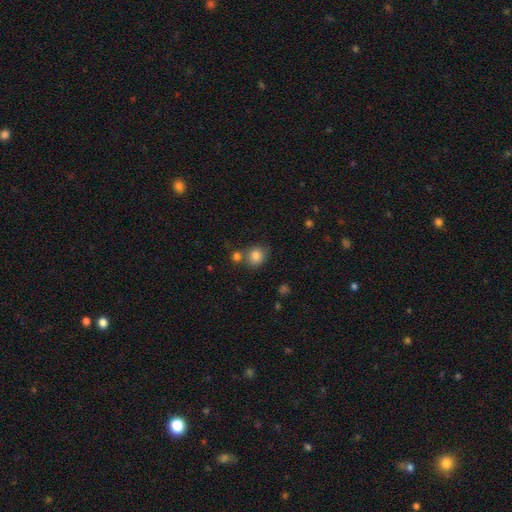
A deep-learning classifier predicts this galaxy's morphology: A smooth galaxy with no disk features (83%) that is round (79%). Merging: none (64%).